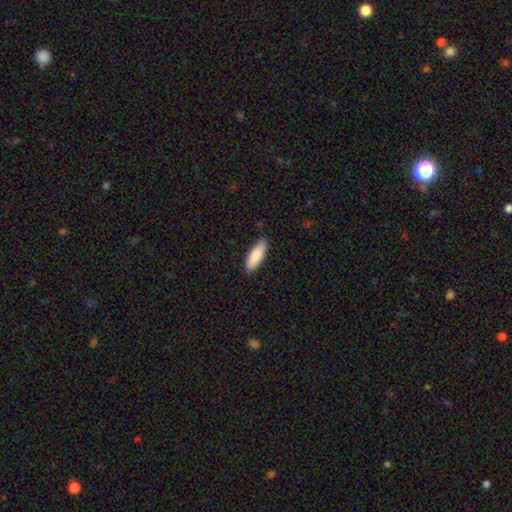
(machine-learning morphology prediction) A smooth galaxy with no disk features (88%) that is in between round and cigar-shaped (61%).

Vote fractions:
- Smooth or featured? smooth: 88% / featured or disk: 7% / star or artifact: 5%
- How rounded? in between: 61% / cigar-shaped: 37% / round: 1%
- Merging? none: 84% / minor disturbance: 13% / major disturbance: 2% / merger: 1%